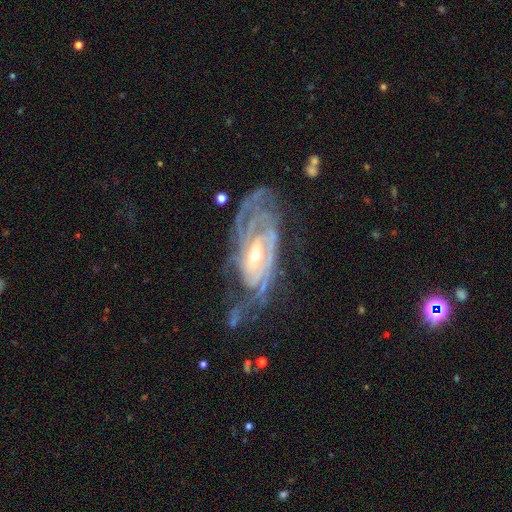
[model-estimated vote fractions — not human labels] This is clearly a featured or disk galaxy (88%). It is clearly not viewed edge-on (93%). Bar: possibly no (49%). Spiral arm pattern: clearly yes (95%). Spiral arm count: marginally can't tell (35%). Spiral winding: likely tight (69%). Central bulge: possibly small (57%). Merging: possibly none (56%).